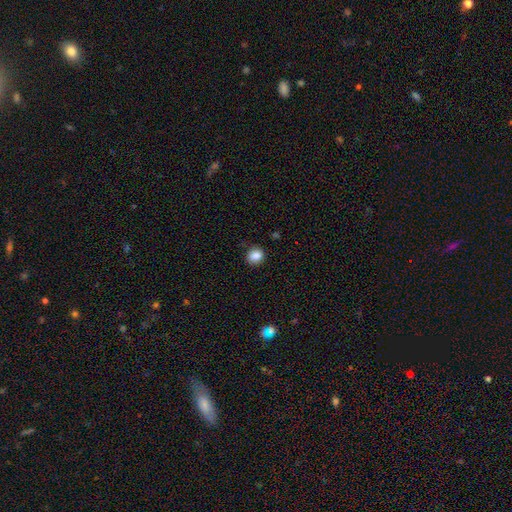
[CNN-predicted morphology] This appears to be a smooth galaxy with no disk features (86%) that is round (67%). Merging: none (84%).